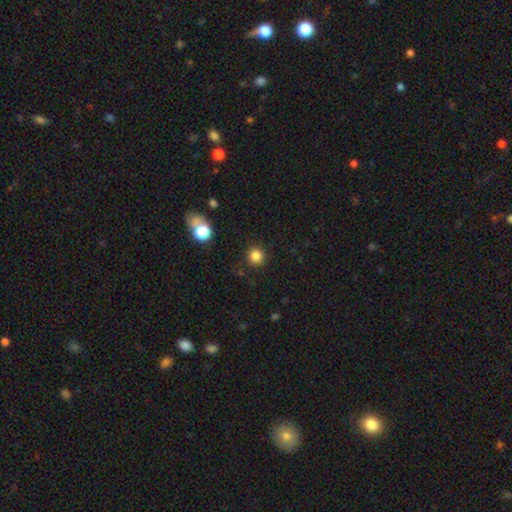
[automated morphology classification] Overall: smooth (83%). How rounded: round (94%). Merging: none (90%).